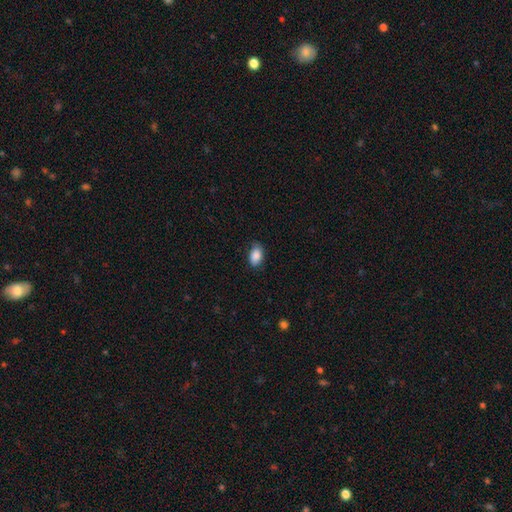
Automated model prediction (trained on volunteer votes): A smooth galaxy with no disk features (88%) that is in between round and cigar-shaped (90%).

Vote fractions:
- Smooth or featured? smooth: 88% / star or artifact: 7% / featured or disk: 5%
- How rounded? in between: 90% / round: 9% / cigar-shaped: 2%
- Merging? none: 79% / minor disturbance: 17% / major disturbance: 3% / merger: 1%